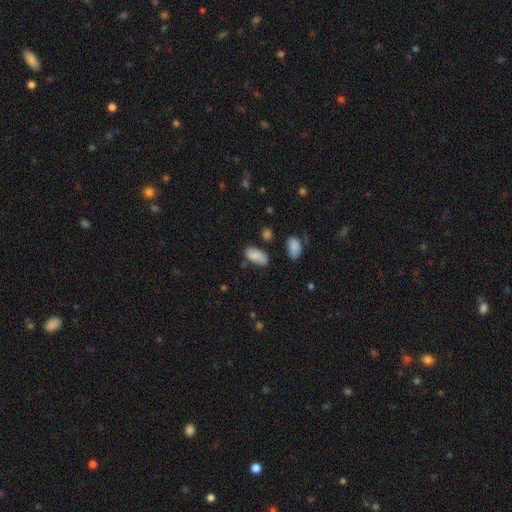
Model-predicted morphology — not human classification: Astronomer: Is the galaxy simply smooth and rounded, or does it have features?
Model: smooth — 80%.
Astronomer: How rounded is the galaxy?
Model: in between — 92%.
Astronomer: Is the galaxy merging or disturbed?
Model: none — 62%.